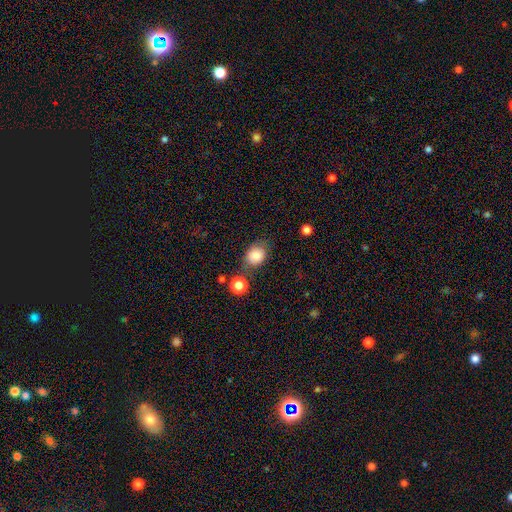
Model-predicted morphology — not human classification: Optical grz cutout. It shows a smooth galaxy with no disk features (82%) that is in between round and cigar-shaped (51%). Merging: none (66%).